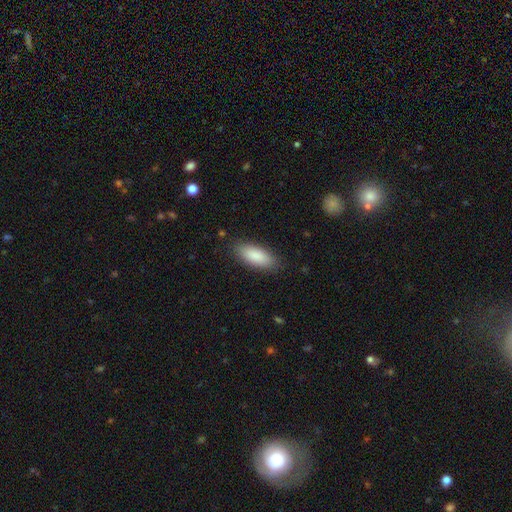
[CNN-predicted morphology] Overall: smooth (88%). How rounded: in between (77%). Merging: none (85%).